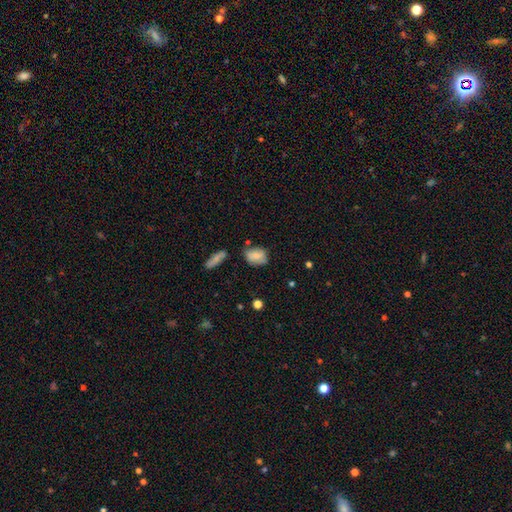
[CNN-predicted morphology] Smooth or featured: smooth — 73% (featured or disk — 18%)
How rounded: in between — 75% (round — 22%)
Merging: none — 60% (minor disturbance — 27%)